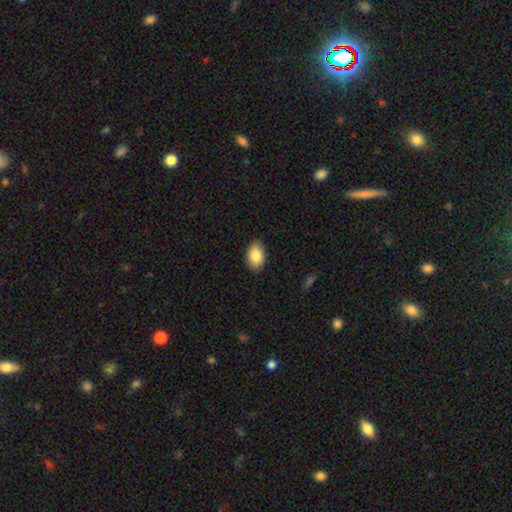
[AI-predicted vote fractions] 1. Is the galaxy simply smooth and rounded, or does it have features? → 86% smooth, 8% featured or disk, 7% star or artifact.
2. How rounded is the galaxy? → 90% in between, 9% round, 1% cigar-shaped.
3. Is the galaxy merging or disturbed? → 88% none, 9% minor disturbance, 2% major disturbance, 1% merger.